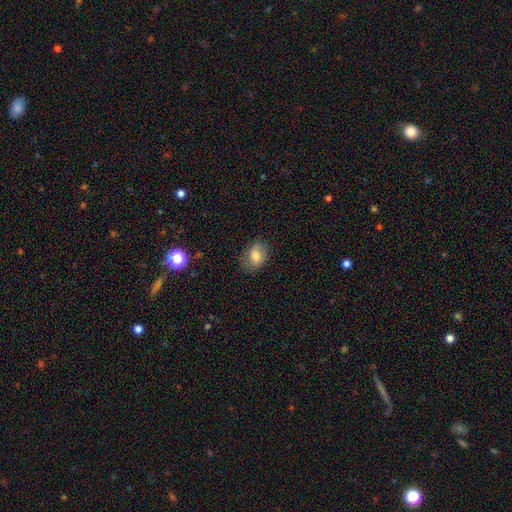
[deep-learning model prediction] Smooth or featured: smooth — 71% (featured or disk — 20%)
How rounded: in between — 70% (round — 28%)
Merging: none — 75% (minor disturbance — 18%)